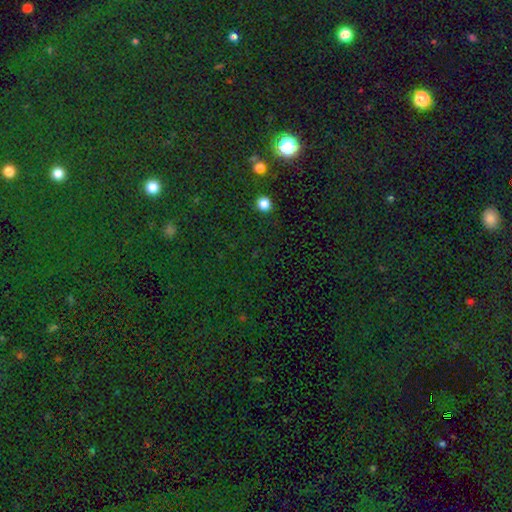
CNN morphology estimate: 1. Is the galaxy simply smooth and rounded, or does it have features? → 77% star or artifact, 16% smooth, 7% featured or disk.